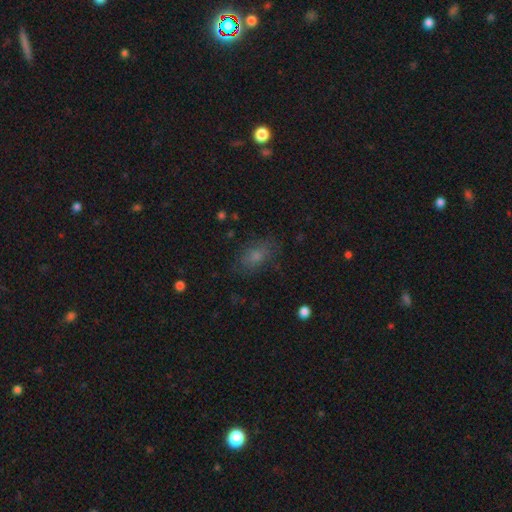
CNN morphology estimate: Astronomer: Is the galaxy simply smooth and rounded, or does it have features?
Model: smooth — 68%.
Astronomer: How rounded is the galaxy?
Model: in between — 83%.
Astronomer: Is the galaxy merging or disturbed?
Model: none — 72%.